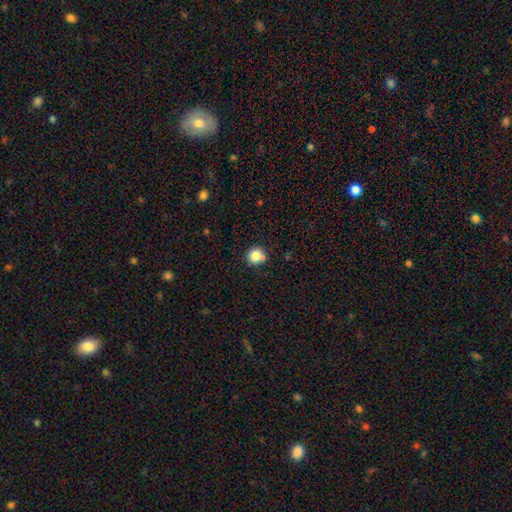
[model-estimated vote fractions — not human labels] This is clearly a smooth galaxy (82%). How rounded: clearly round (89%). Merging: likely none (74%).